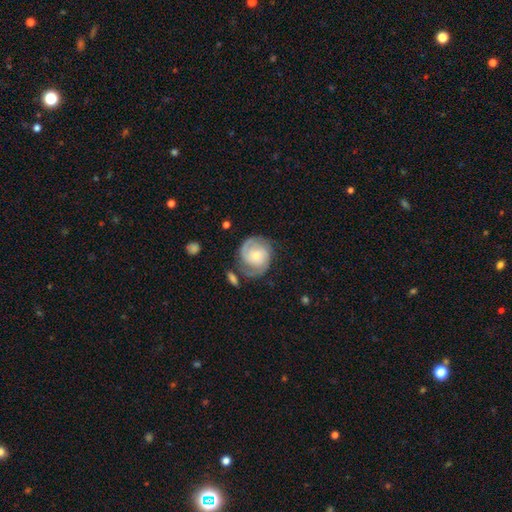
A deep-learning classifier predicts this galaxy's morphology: Smooth or featured?
  - featured or disk: 79% *
  - smooth: 16%
  - star or artifact: 6%
Edge-on disk?
  - no: 98% *
  - yes: 2%
Bar?
  - no: 64% *
  - weak: 30%
  - strong: 6%
Spiral arms?
  - yes: 96% *
  - no: 4%
Spiral winding?
  - tight: 53% *
  - medium: 38%
  - loose: 9%
Spiral arm count?
  - 2: 75% *
  - can't tell: 10%
  - 3: 8%
  - 1: 4%
  - 4: 2%
  - more than 4: 2%
Bulge size?
  - small: 54% *
  - moderate: 33%
  - large: 6%
  - none: 5%
  - dominant: 2%
Merging?
  - none: 69% *
  - minor disturbance: 18%
  - major disturbance: 9%
  - merger: 5%